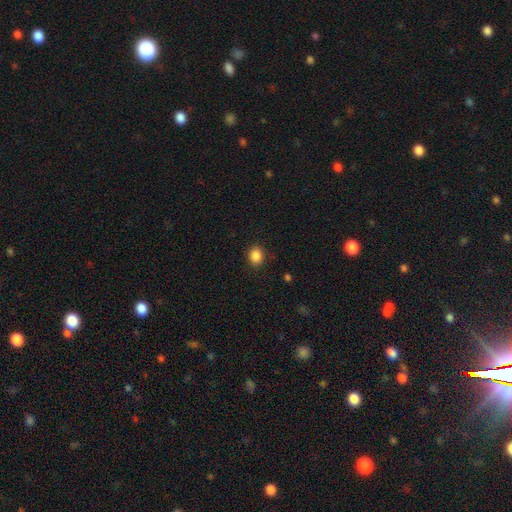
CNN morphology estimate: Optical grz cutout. It shows a smooth galaxy with no disk features (87%) that is round (63%). Merging: none (88%).